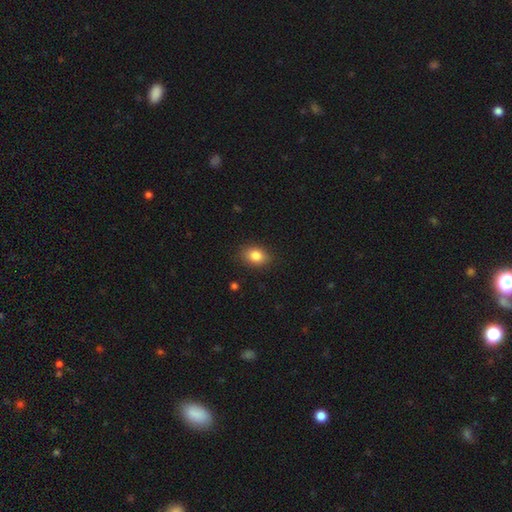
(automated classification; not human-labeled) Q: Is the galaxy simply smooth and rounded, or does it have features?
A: smooth — 84%.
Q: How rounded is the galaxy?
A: in between — 74%.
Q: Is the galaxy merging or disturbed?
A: none — 86%.